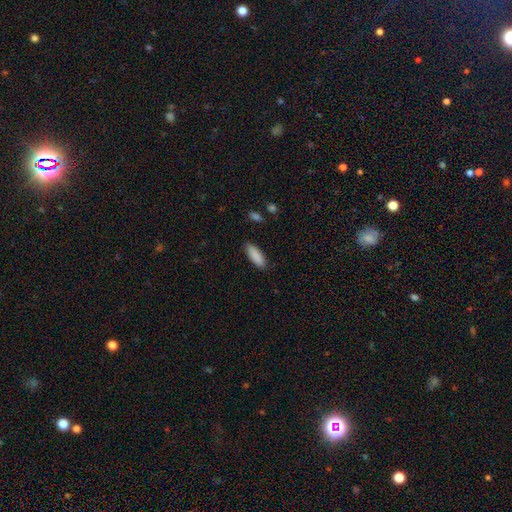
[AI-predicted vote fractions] This appears to be a smooth galaxy with no disk features (90%) that is in between round and cigar-shaped (60%). Merging: none (87%).